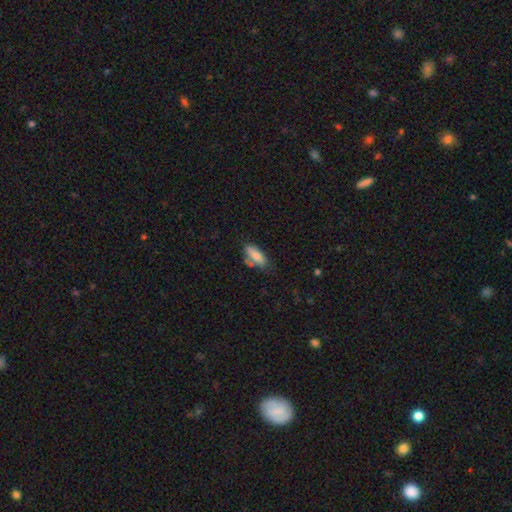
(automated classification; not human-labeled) smooth-or-featured: smooth: 82% | featured or disk: 12% | star or artifact: 7%
  how-rounded: in between: 75% | cigar-shaped: 23% | round: 2%
  merging: none: 61% | minor disturbance: 23% | merger: 11% | major disturbance: 5%